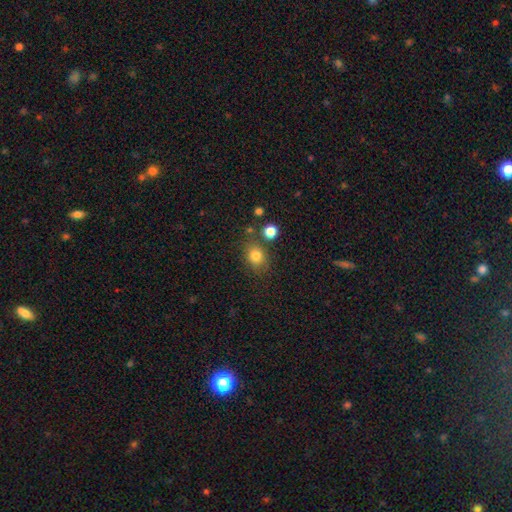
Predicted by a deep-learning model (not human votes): Smooth or featured? smooth (80%)
How rounded? round (63%)
Merging? none (74%)